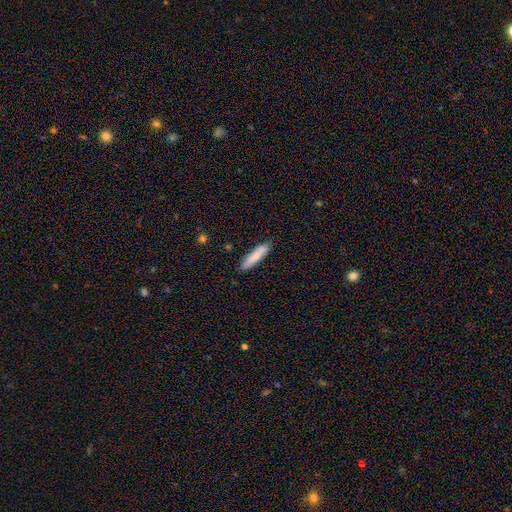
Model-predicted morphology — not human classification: Q: Smooth or featured?
A: smooth (81%); runner-up: featured or disk (13%)
Q: How rounded?
A: cigar-shaped (84%); runner-up: in between (15%)
Q: Merging?
A: none (86%); runner-up: minor disturbance (10%)